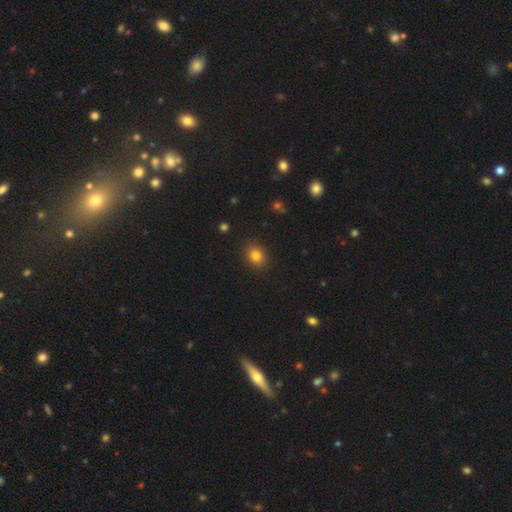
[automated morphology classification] A smooth galaxy with no disk features (82%) that is round (66%).

Vote fractions:
- Smooth or featured? smooth: 82% / star or artifact: 12% / featured or disk: 5%
- How rounded? round: 66% / in between: 33% / cigar-shaped: 1%
- Merging? none: 89% / minor disturbance: 8% / major disturbance: 2% / merger: 1%